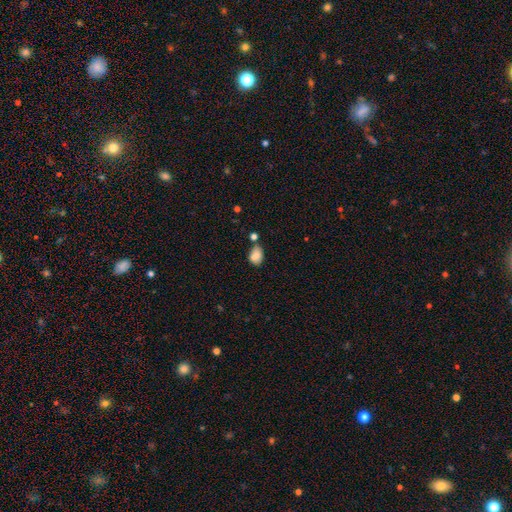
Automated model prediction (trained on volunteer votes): This appears to be a smooth galaxy with no disk features (83%) that is in between round and cigar-shaped (79%). Merging: none (49%).